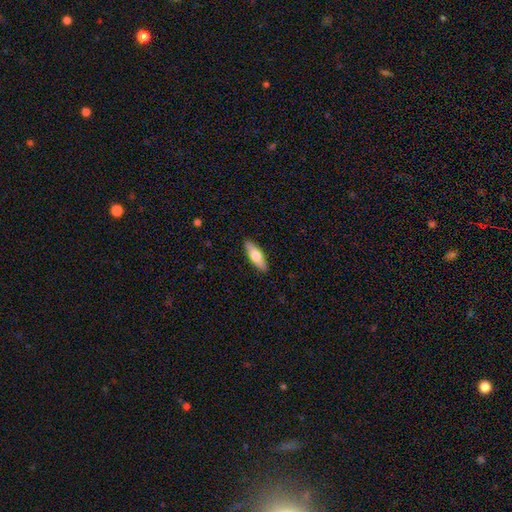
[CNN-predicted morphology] Smooth or featured?
  - smooth: 66% *
  - featured or disk: 29%
  - star or artifact: 5%
How rounded?
  - in between: 57% *
  - cigar-shaped: 41%
  - round: 2%
Merging?
  - none: 89% *
  - minor disturbance: 9%
  - major disturbance: 2%
  - merger: 1%